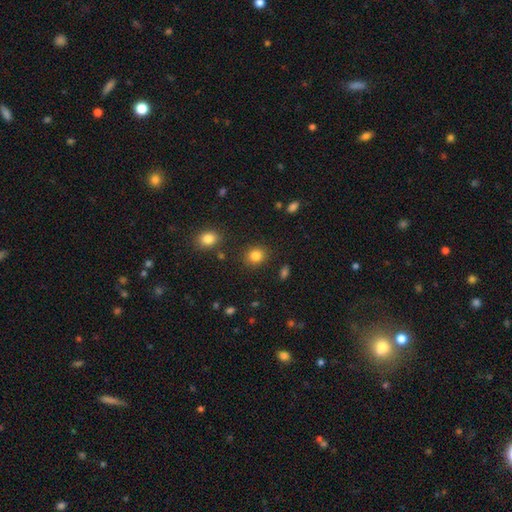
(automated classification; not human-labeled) Morphology: type=smooth (85%); roundness=round (71%); merging=none (87%).